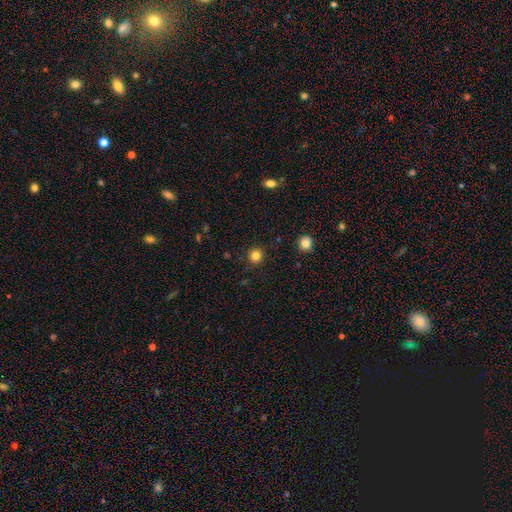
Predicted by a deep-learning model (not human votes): A smooth galaxy with no disk features (83%) that is round (93%).

Vote fractions:
- Smooth or featured? smooth: 83% / star or artifact: 13% / featured or disk: 5%
- How rounded? round: 93% / in between: 6% / cigar-shaped: 1%
- Merging? none: 91% / minor disturbance: 6% / major disturbance: 2% / merger: 1%